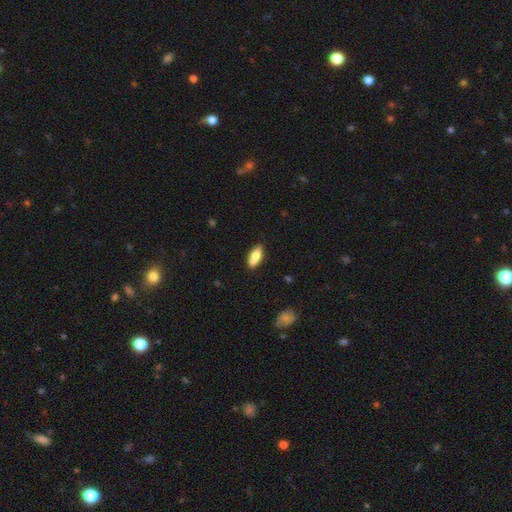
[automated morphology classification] smooth_or_featured: smooth (p=0.74) [alt: featured or disk p=0.19]
how_rounded: in between (p=0.72) [alt: cigar-shaped p=0.25]
merging: none (p=0.69) [alt: minor disturbance p=0.16]